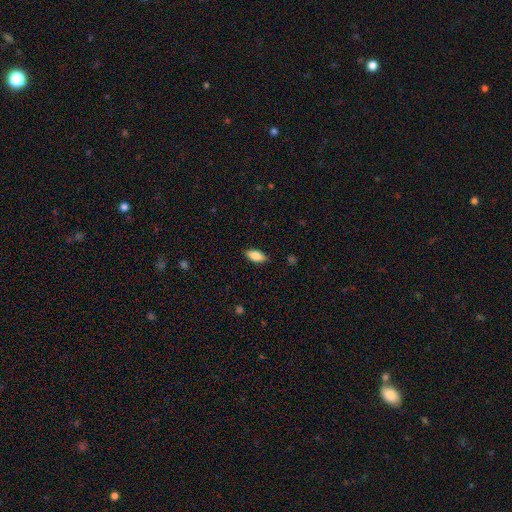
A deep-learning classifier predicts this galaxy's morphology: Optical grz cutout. It shows a smooth galaxy with no disk features (87%) that is in between round and cigar-shaped (89%). Merging: none (86%).